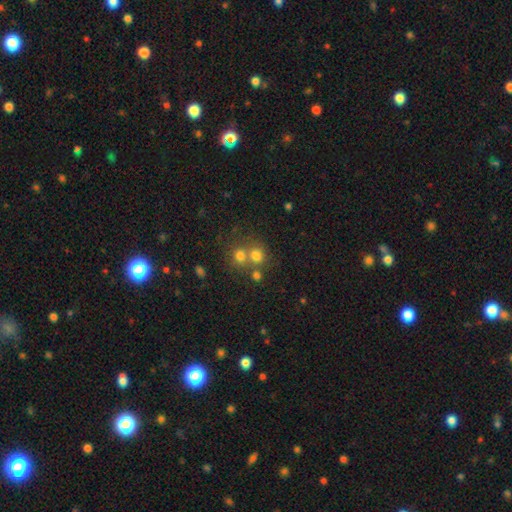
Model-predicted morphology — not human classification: A smooth galaxy with no disk features (71%) that is round (79%). Merging: merger (45%).